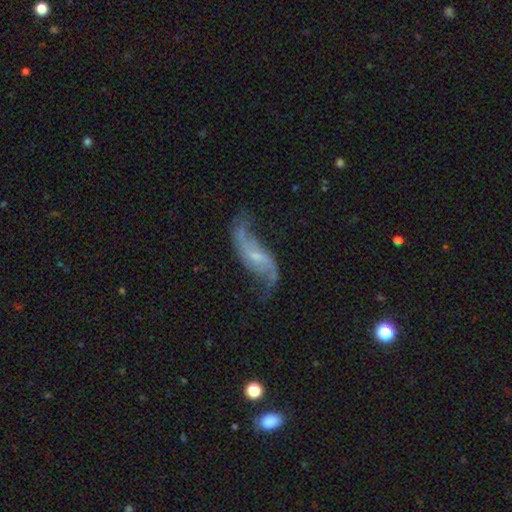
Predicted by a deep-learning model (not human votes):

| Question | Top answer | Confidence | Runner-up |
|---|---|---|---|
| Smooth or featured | featured or disk | 85% | smooth (9%) |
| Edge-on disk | no | 93% | yes (7%) |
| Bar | weak | 43% | no (40%) |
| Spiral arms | yes | 94% | no (6%) |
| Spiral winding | loose | 85% | medium (11%) |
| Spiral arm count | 2 | 92% | can't tell (3%) |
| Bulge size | small | 66% | moderate (19%) |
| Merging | none | 62% | minor disturbance (20%) |